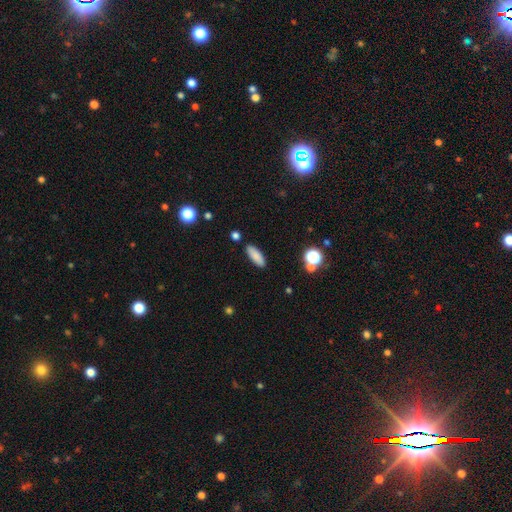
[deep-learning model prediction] Smooth or featured: smooth — 85% (star or artifact — 8%)
How rounded: in between — 59% (cigar-shaped — 38%)
Merging: none — 88% (minor disturbance — 8%)